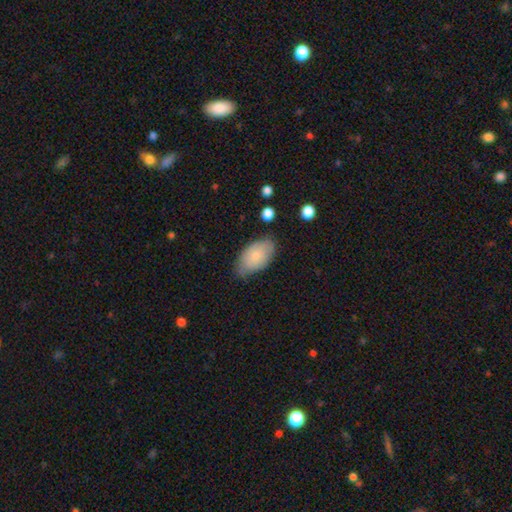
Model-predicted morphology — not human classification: Overall: smooth (77%). How rounded: in between (94%). Merging: none (67%).